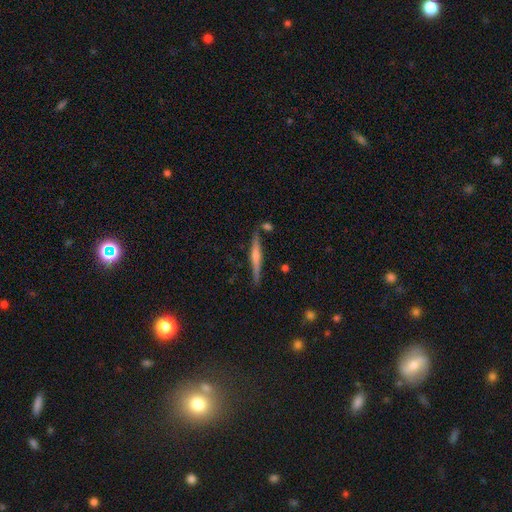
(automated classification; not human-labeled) This appears to be a featured or disk galaxy (75%) viewed edge-on (98%) with a rounded central bulge (75%). Merging: none (87%).